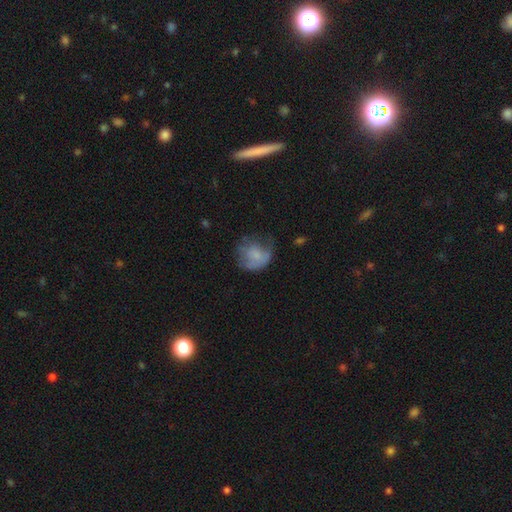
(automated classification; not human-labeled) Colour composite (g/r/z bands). It shows a smooth galaxy with no disk features (64%) that is round (73%). Merging: none (42%).